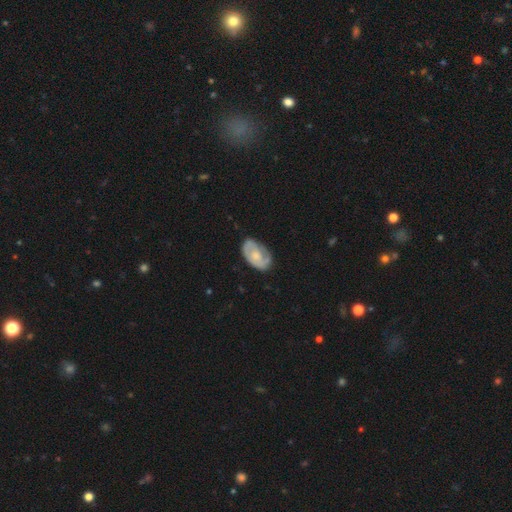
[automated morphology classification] A featured or disk galaxy (55%) with no bar (75%), spiral arms (70%) and a moderate central bulge (45%). Merging: none (66%).